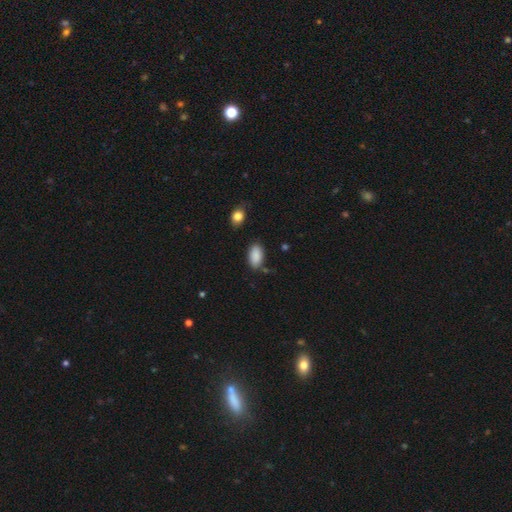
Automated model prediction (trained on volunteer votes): Morphology: type=smooth (89%); roundness=in between (94%); merging=none (79%).